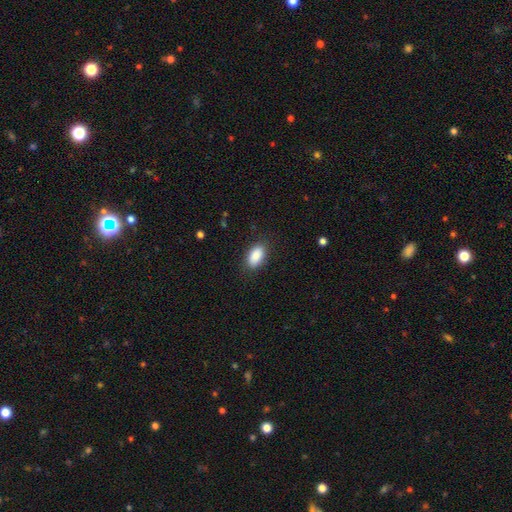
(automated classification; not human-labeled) A smooth galaxy with no disk features (88%) that is in between round and cigar-shaped (93%).

Vote fractions:
- Smooth or featured? smooth: 88% / star or artifact: 7% / featured or disk: 5%
- How rounded? in between: 93% / round: 5% / cigar-shaped: 3%
- Merging? none: 86% / minor disturbance: 10% / major disturbance: 3% / merger: 1%